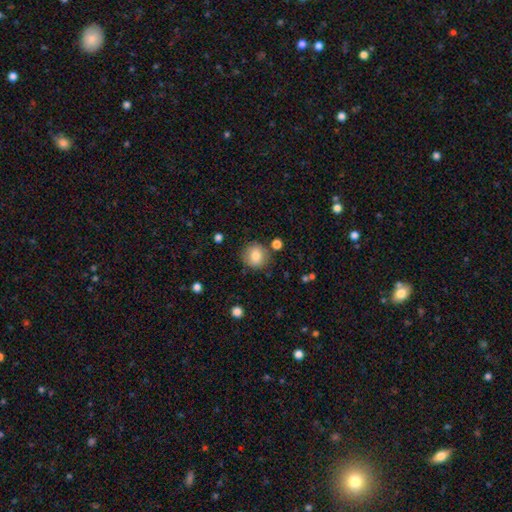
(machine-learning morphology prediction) smooth-or-featured: smooth: 83% | star or artifact: 9% | featured or disk: 8%
  how-rounded: round: 89% | in between: 10% | cigar-shaped: 1%
  merging: none: 83% | minor disturbance: 10% | merger: 4% | major disturbance: 3%